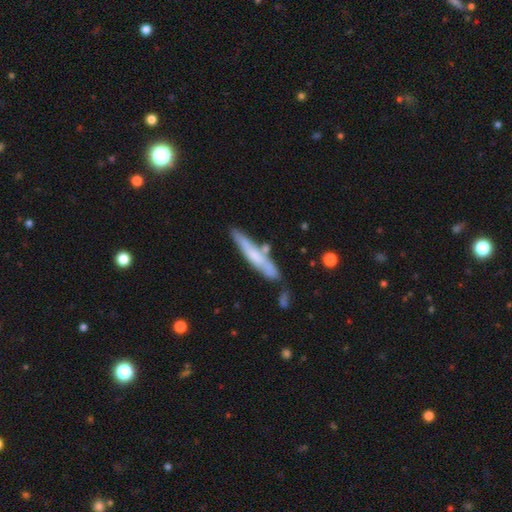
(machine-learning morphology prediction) smooth-or-featured: smooth: 52% | featured or disk: 41% | star or artifact: 6%
  how-rounded: cigar-shaped: 92% | in between: 7% | round: 1%
  merging: none: 65% | minor disturbance: 19% | merger: 11% | major disturbance: 5%